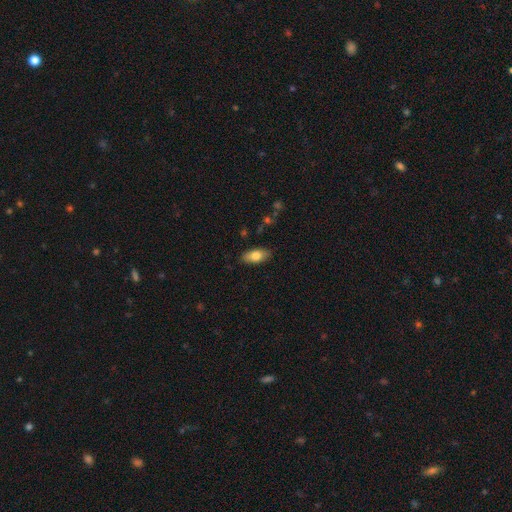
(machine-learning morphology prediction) Q: Smooth or featured?
A: smooth (79%); runner-up: featured or disk (14%)
Q: How rounded?
A: in between (89%); runner-up: cigar-shaped (8%)
Q: Merging?
A: none (86%); runner-up: minor disturbance (11%)